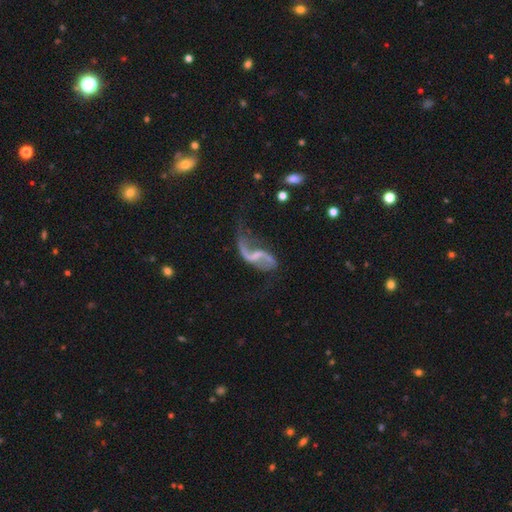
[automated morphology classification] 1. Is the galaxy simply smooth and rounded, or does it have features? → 87% featured or disk, 7% smooth, 6% star or artifact.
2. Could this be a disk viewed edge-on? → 97% no, 3% yes.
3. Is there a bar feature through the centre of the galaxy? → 44% weak, 31% no, 24% strong.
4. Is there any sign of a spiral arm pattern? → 92% yes, 8% no.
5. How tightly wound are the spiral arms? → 88% loose, 9% medium, 2% tight.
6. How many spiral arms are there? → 86% 2, 9% 1, 2% can't tell, 1% 3, 1% 4, 1% more than 4.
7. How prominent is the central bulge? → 44% none, 42% small, 11% moderate, 2% large, 1% dominant.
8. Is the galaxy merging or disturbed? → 47% none, 27% major disturbance, 20% minor disturbance, 6% merger.